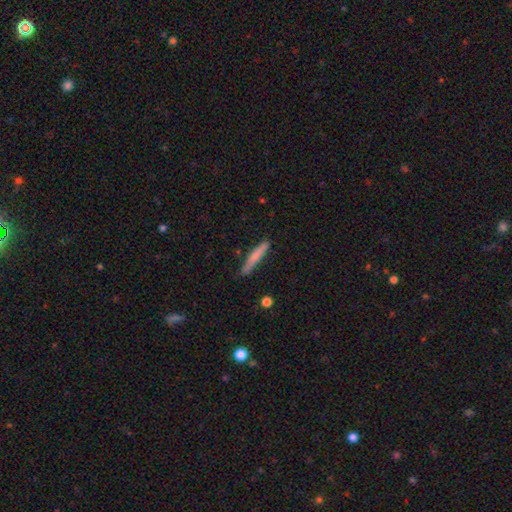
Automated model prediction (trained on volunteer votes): Smooth or featured: smooth — 72% (featured or disk — 22%)
How rounded: cigar-shaped — 95% (in between — 4%)
Merging: none — 80% (minor disturbance — 15%)